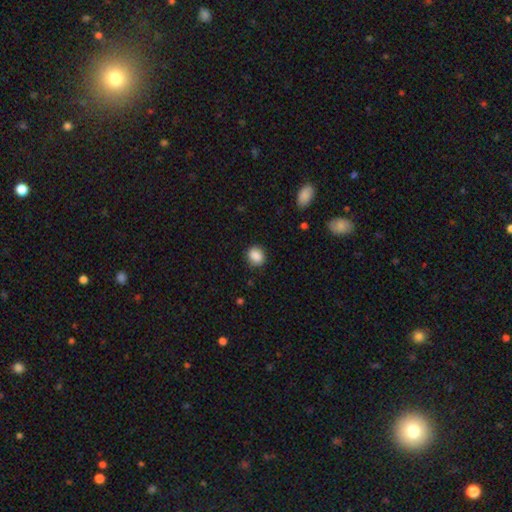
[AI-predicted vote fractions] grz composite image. It shows a smooth galaxy with no disk features (88%) that is round (62%). Merging: none (87%).